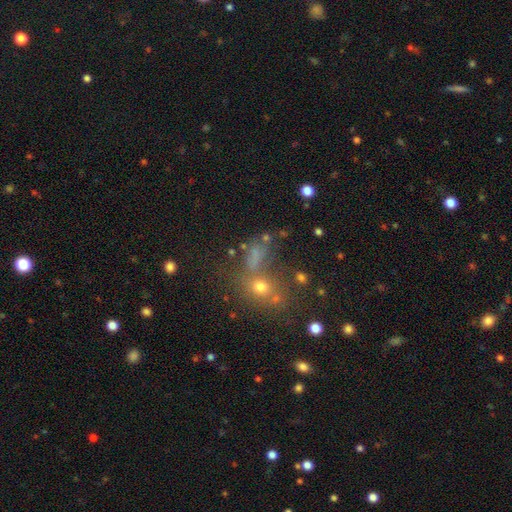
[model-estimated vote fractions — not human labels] Morphology: type=smooth (58%); roundness=in between (63%); merging=none (48%).